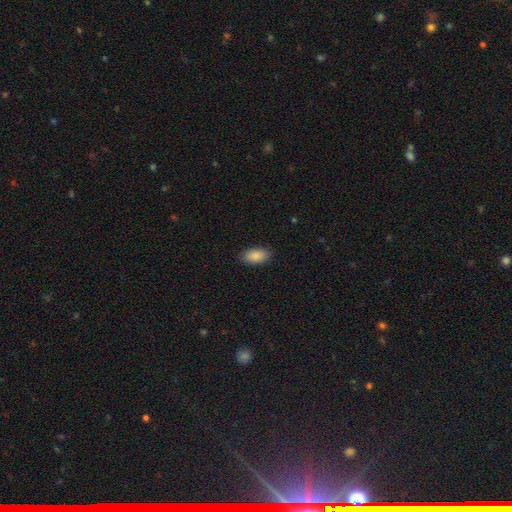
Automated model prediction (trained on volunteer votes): Smooth or featured?
  - smooth: 89% *
  - star or artifact: 6%
  - featured or disk: 5%
How rounded?
  - in between: 93% *
  - cigar-shaped: 4%
  - round: 3%
Merging?
  - none: 88% *
  - minor disturbance: 9%
  - major disturbance: 2%
  - merger: 1%